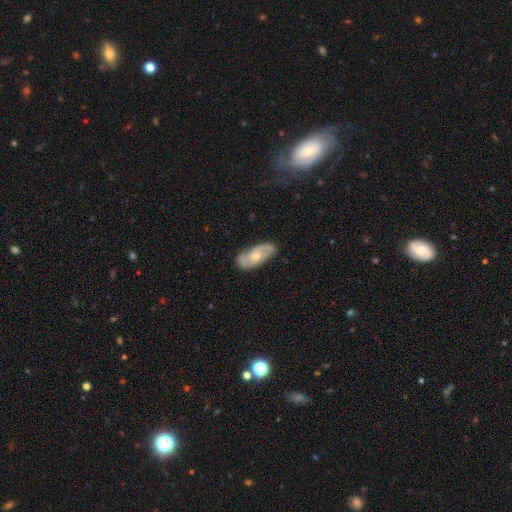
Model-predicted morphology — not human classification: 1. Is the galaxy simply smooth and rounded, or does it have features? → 56% featured or disk, 39% smooth, 6% star or artifact.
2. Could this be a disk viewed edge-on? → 89% no, 11% yes.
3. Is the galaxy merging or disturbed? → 75% none, 19% minor disturbance, 4% major disturbance, 2% merger.